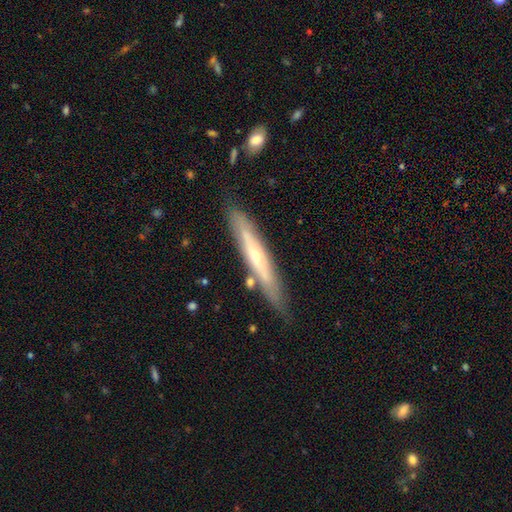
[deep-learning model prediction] Morphology: type=featured or disk (61%); edge-on=yes (82%); merging=none (80%).